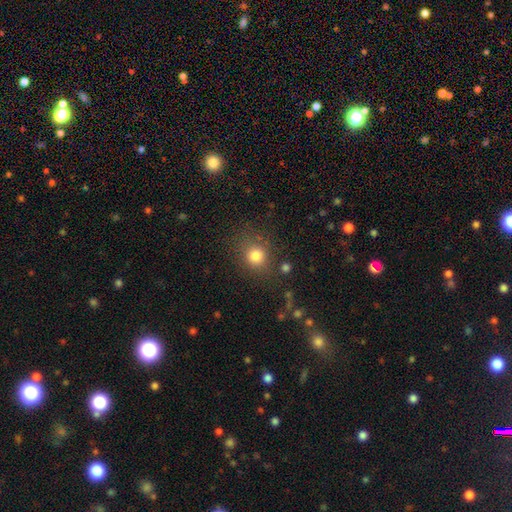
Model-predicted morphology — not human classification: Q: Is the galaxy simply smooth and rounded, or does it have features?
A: smooth — 80%.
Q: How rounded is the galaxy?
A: round — 80%.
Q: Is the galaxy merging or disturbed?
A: none — 79%.